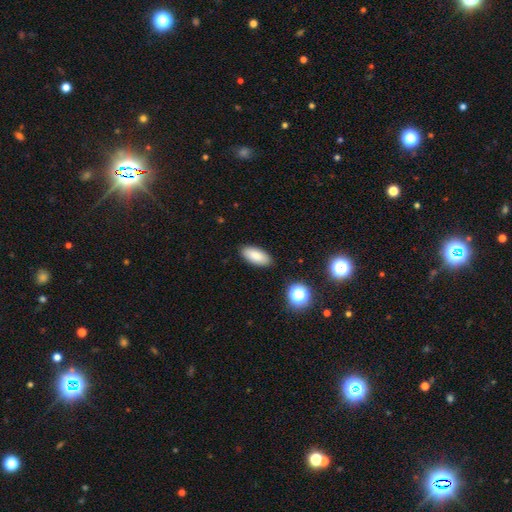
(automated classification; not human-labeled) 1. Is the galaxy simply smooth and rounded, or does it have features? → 86% smooth, 8% star or artifact, 6% featured or disk.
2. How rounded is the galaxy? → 89% in between, 8% cigar-shaped, 2% round.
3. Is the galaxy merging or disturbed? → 88% none, 8% minor disturbance, 2% major disturbance, 1% merger.